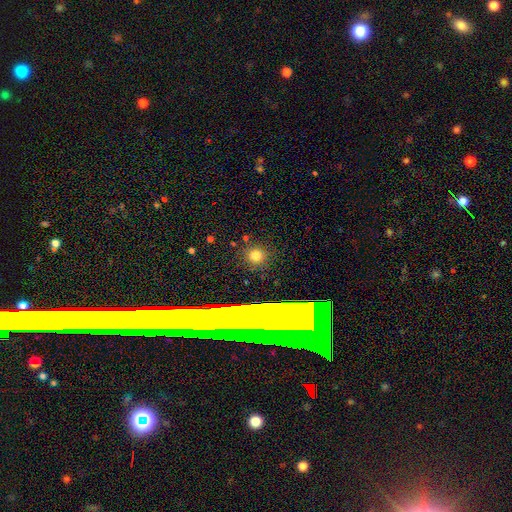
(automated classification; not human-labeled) Smooth or featured?
  - smooth: 80% *
  - star or artifact: 12%
  - featured or disk: 8%
How rounded?
  - round: 93% *
  - in between: 5%
  - cigar-shaped: 1%
Merging?
  - none: 90% *
  - minor disturbance: 6%
  - major disturbance: 2%
  - merger: 2%